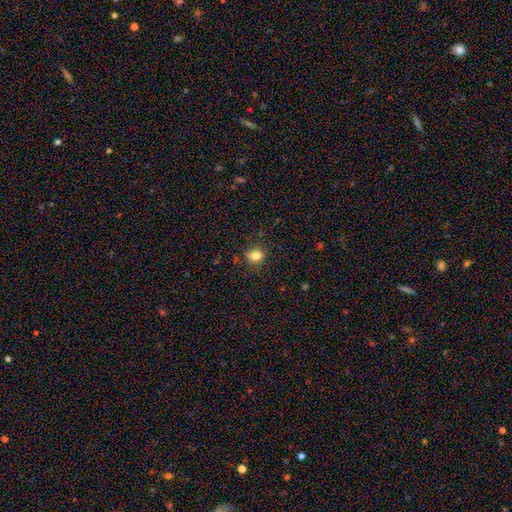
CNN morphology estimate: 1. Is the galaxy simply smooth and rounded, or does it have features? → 81% smooth, 12% star or artifact, 7% featured or disk.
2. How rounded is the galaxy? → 68% round, 31% in between, 1% cigar-shaped.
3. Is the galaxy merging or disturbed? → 84% none, 11% minor disturbance, 3% major disturbance, 1% merger.